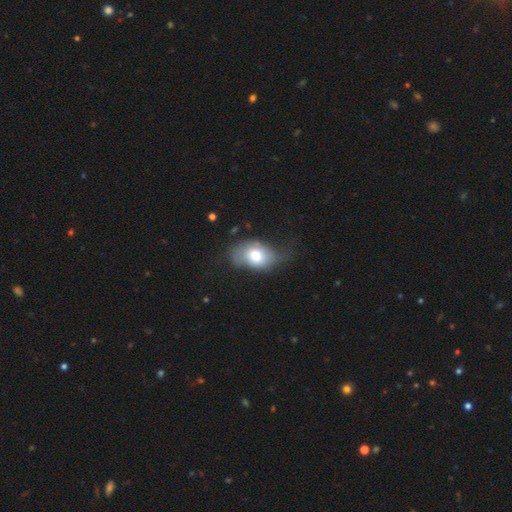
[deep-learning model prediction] Smooth or featured: smooth — 71% (featured or disk — 22%)
How rounded: in between — 83% (round — 16%)
Merging: none — 38% (minor disturbance — 37%)